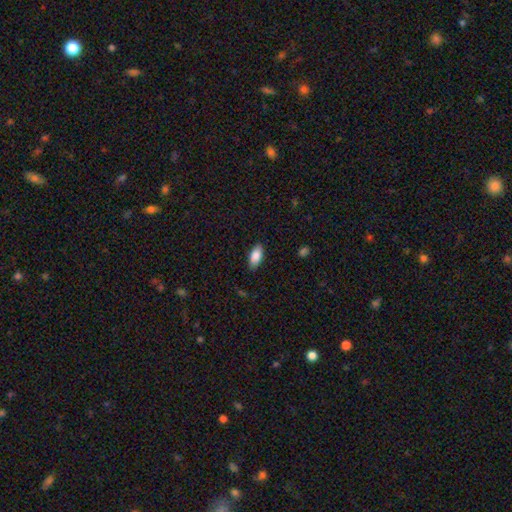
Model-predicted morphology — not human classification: Smooth or featured? smooth (86%)
How rounded? in between (90%)
Merging? none (86%)